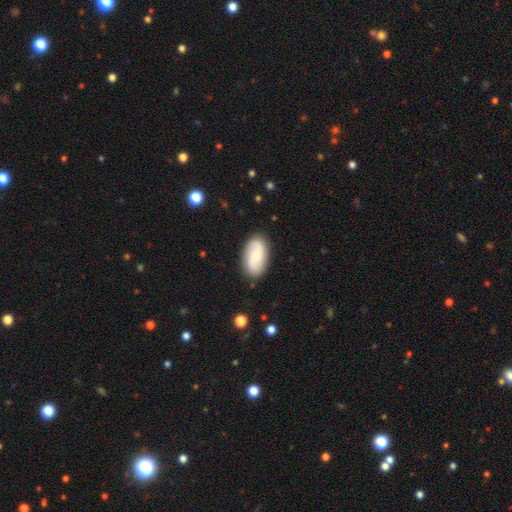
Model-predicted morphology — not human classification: smooth_or_featured: smooth (p=0.51) [alt: featured or disk p=0.43]
how_rounded: in between (p=0.93) [alt: round p=0.04]
merging: none (p=0.84) [alt: minor disturbance p=0.12]